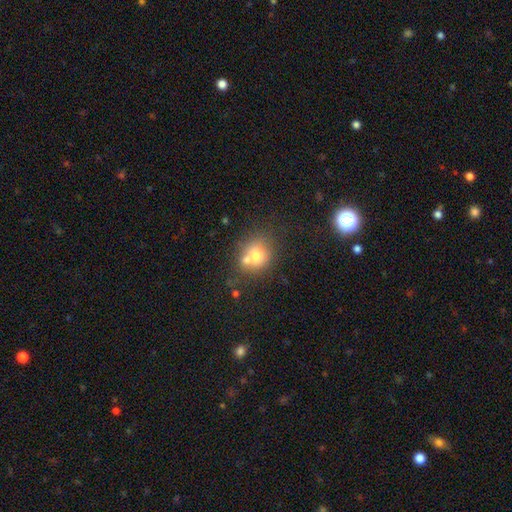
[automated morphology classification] type=smooth (69%); roundness=round (76%); merging=none (44%).